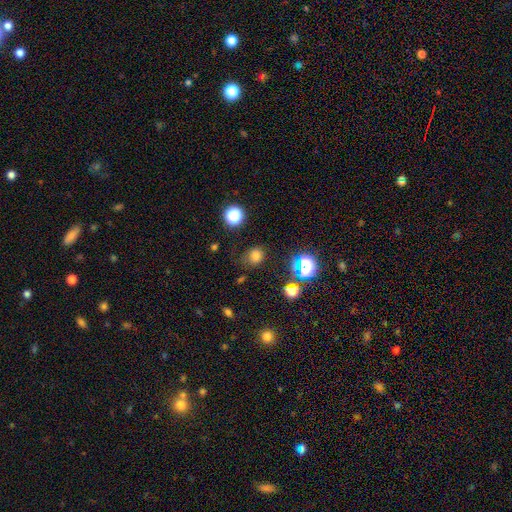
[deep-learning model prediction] Smooth or featured?
  - smooth: 70% *
  - star or artifact: 23%
  - featured or disk: 7%
How rounded?
  - round: 70% *
  - in between: 29%
  - cigar-shaped: 1%
Merging?
  - none: 69% *
  - minor disturbance: 19%
  - major disturbance: 8%
  - merger: 3%